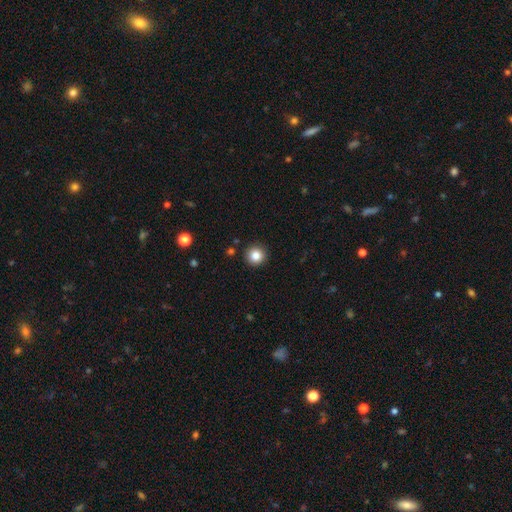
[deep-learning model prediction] Smooth or featured? smooth (84%)
How rounded? round (95%)
Merging? none (92%)